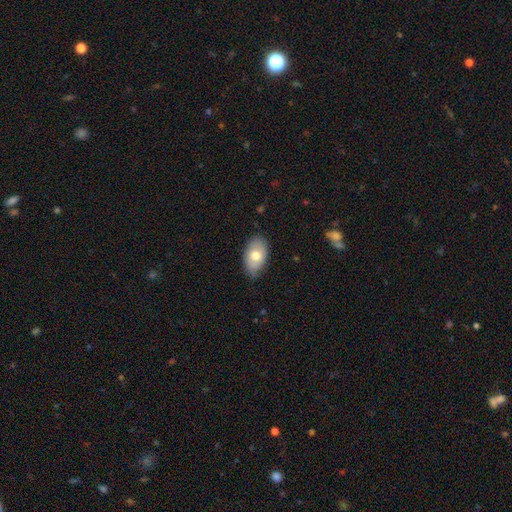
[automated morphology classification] smooth 72%, featured or disk 21%, star or artifact 7%. Down the decision tree: how rounded — in between (92%); merging — none (79%).